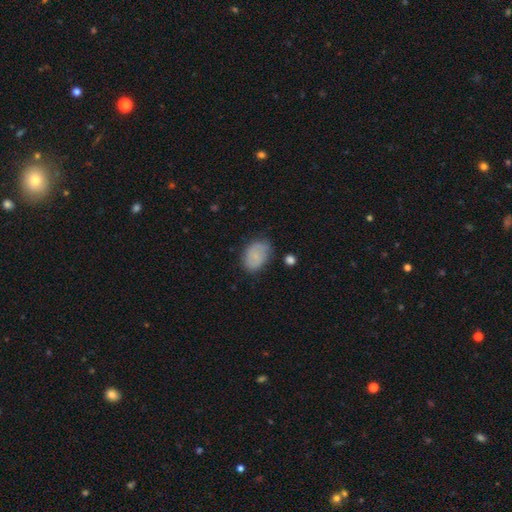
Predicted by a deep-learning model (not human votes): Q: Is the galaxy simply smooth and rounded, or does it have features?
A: smooth — 70%.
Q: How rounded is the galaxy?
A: in between — 80%.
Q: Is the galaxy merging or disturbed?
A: none — 66%.